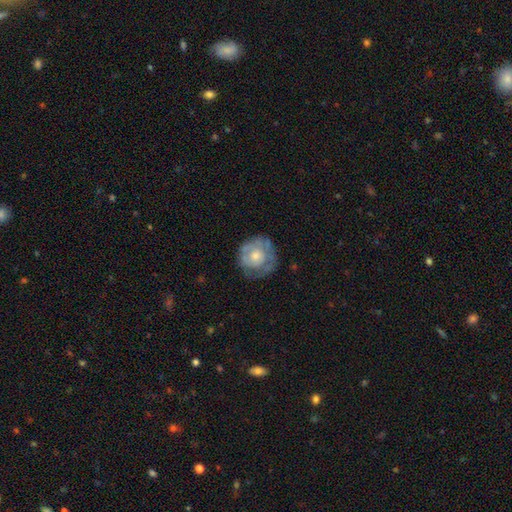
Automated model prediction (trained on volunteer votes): A featured or disk galaxy (48%). Merging: none (63%).